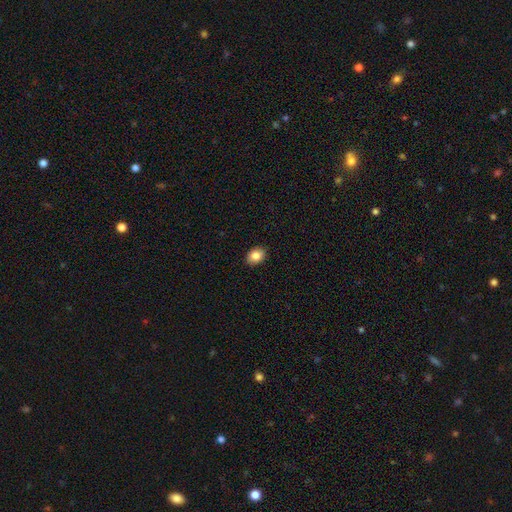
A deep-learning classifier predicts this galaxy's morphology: A smooth galaxy with no disk features (86%) that is in between round and cigar-shaped (74%).

Vote fractions:
- Smooth or featured? smooth: 86% / star or artifact: 8% / featured or disk: 6%
- How rounded? in between: 74% / round: 25% / cigar-shaped: 1%
- Merging? none: 90% / minor disturbance: 7% / major disturbance: 2% / merger: 1%